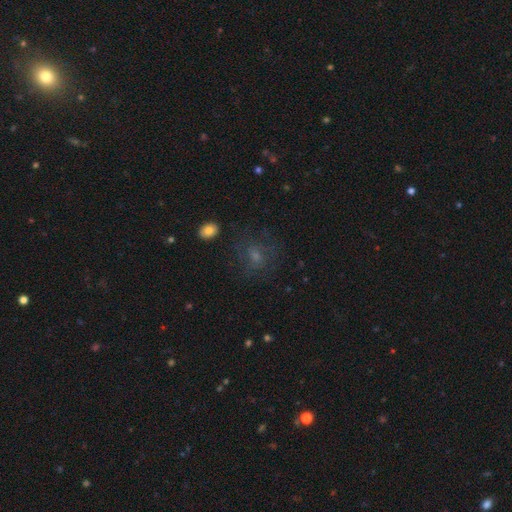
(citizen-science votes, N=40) smooth-or-featured: smooth: 55% | featured or disk: 38% | star or artifact: 8%
  how-rounded: in between: 50% | round: 45% | cigar-shaped: 5%
  merging: none: 68% | minor disturbance: 19% | major disturbance: 14% | merger: 0%